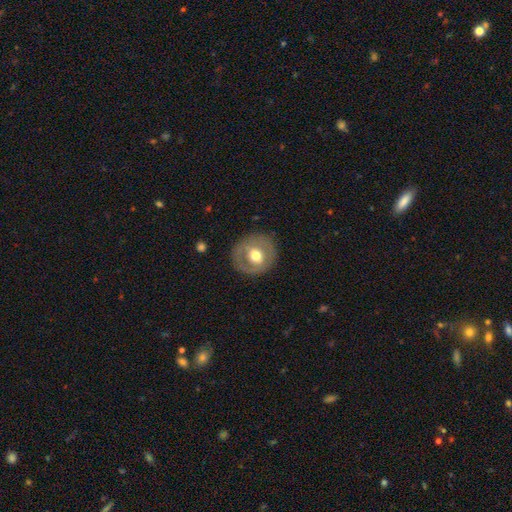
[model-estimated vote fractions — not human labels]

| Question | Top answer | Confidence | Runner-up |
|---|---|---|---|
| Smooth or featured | smooth | 51% | featured or disk (43%) |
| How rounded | round | 88% | in between (12%) |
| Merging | none | 83% | minor disturbance (11%) |